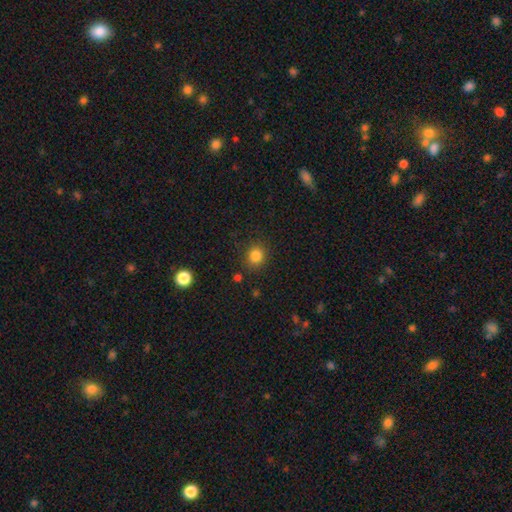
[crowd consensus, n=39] smooth_or_featured: smooth (p=0.87) [alt: featured or disk p=0.08]
how_rounded: round (p=0.91) [alt: in between p=0.09]
merging: none (p=0.89) [alt: minor disturbance p=0.05]